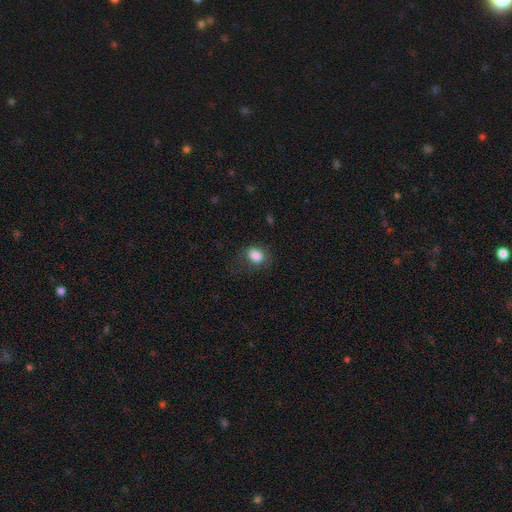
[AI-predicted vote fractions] Smooth or featured? smooth (85%)
How rounded? in between (53%)
Merging? none (68%)